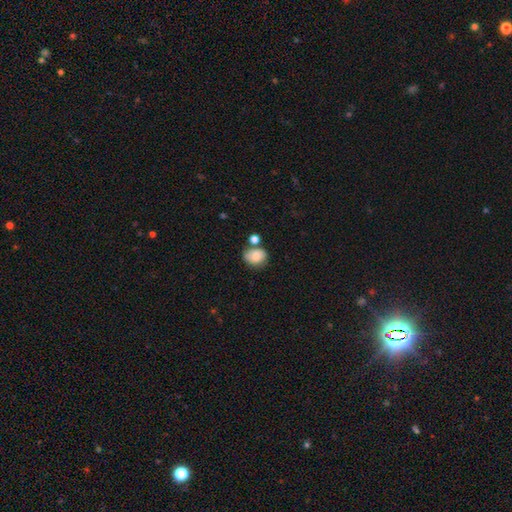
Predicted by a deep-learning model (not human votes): This is likely a smooth galaxy (78%). How rounded: possibly in between (51%). Merging: possibly none (49%).